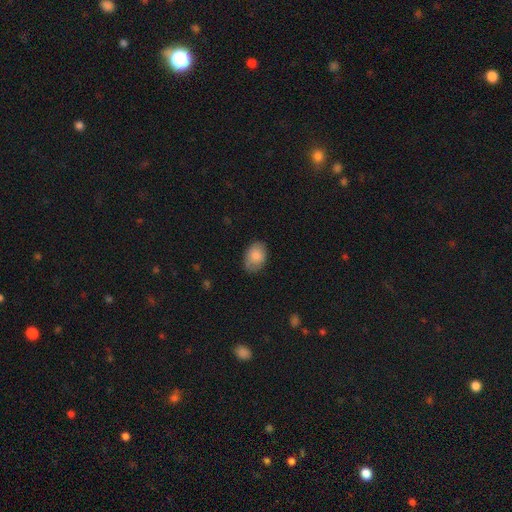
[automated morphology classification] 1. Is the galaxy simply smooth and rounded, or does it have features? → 83% smooth, 10% featured or disk, 7% star or artifact.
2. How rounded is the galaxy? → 83% in between, 16% round, 1% cigar-shaped.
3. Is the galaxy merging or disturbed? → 76% none, 19% minor disturbance, 4% major disturbance, 1% merger.